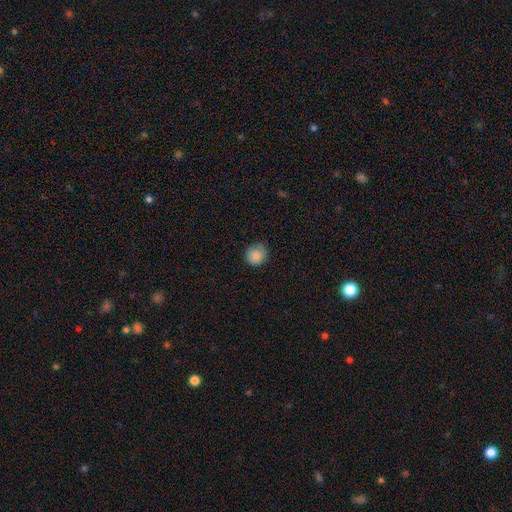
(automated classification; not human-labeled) This is clearly a smooth galaxy (85%). How rounded: clearly round (90%). Merging: likely none (78%).